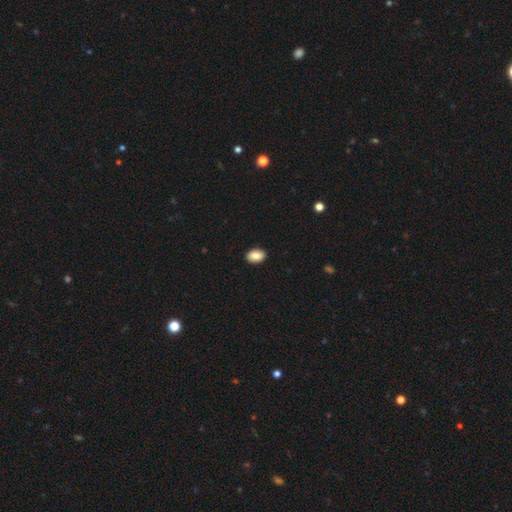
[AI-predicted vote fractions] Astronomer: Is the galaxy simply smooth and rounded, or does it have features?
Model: smooth — 88%.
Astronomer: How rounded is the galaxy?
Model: in between — 87%.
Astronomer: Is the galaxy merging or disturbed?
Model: none — 91%.